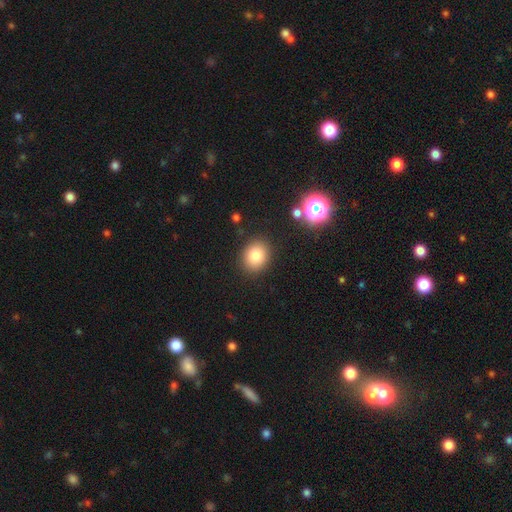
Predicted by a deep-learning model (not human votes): smooth 82%, star or artifact 11%, featured or disk 7%. Down the decision tree: how rounded — round (64%); merging — none (88%).